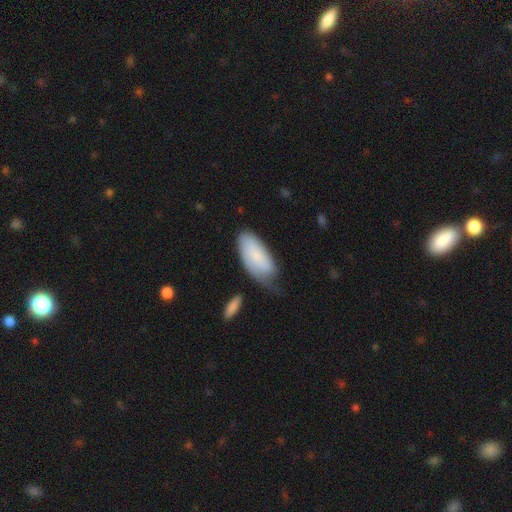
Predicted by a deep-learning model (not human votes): Smooth or featured? smooth (70%)
How rounded? in between (87%)
Merging? minor disturbance (41%)